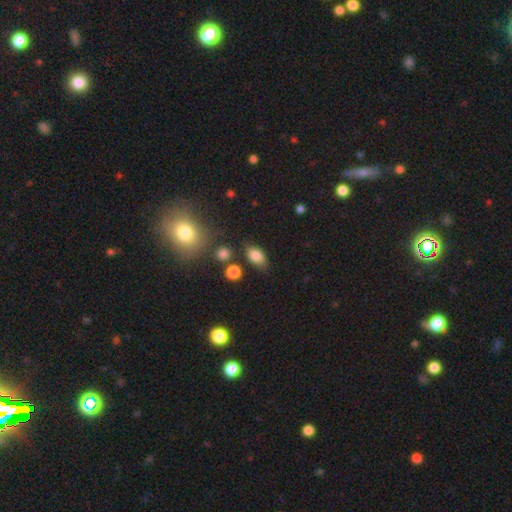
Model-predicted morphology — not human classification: smooth 82%, star or artifact 10%, featured or disk 8%. Down the decision tree: how rounded — in between (87%); merging — none (75%).